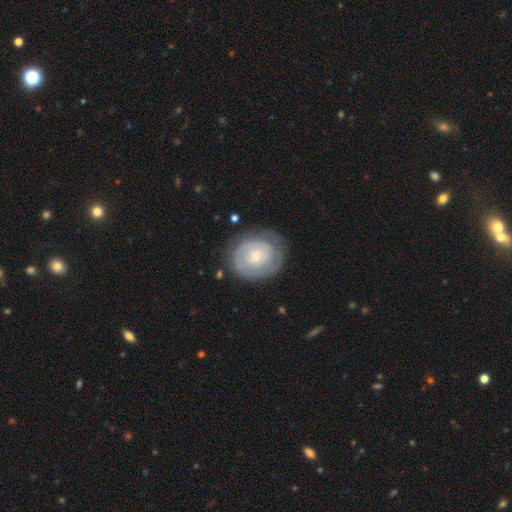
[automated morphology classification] smooth_or_featured: featured or disk (p=0.54) [alt: smooth p=0.41]
disk_edge_on: no (p=0.97) [alt: yes p=0.03]
bar: no (p=0.77) [alt: weak p=0.20]
has_spiral_arms: yes (p=0.57) [alt: no p=0.43]
bulge_size: small (p=0.57) [alt: moderate p=0.33]
merging: none (p=0.70) [alt: minor disturbance p=0.20]